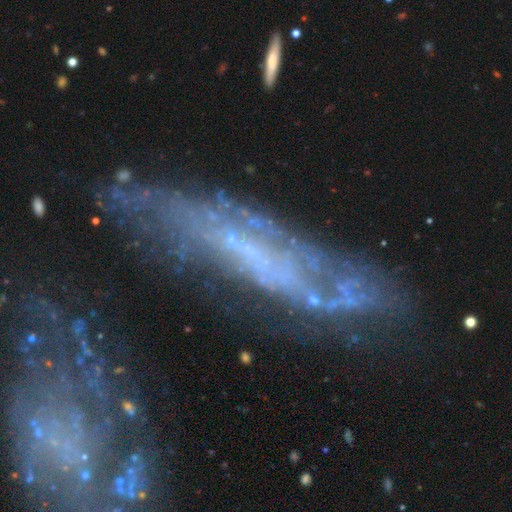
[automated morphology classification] Overall: featured or disk (73%). Edge-on disk: no (65%; yes 35%). Merging: none (56%; minor disturbance 23%).